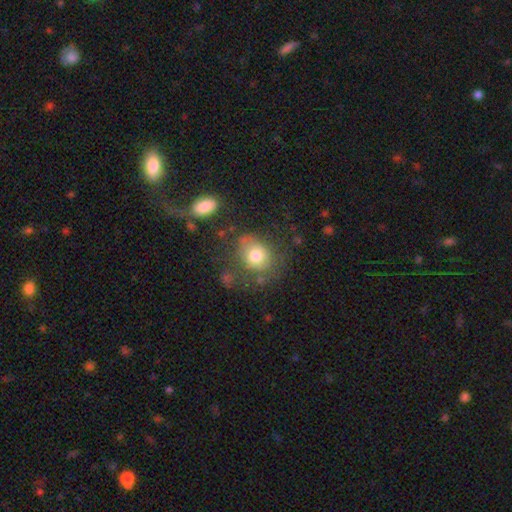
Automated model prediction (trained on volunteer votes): The model was most divided on "how rounded": round: 57%, in between: 42%, cigar-shaped: 1%. More confident: smooth or featured — smooth (74%); merging — none (57%).